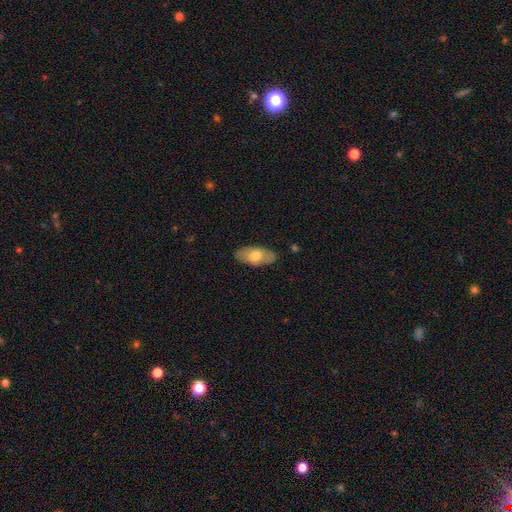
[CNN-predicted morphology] This appears to be a smooth galaxy with no disk features (65%) that is in between round and cigar-shaped (91%). Merging: none (83%).